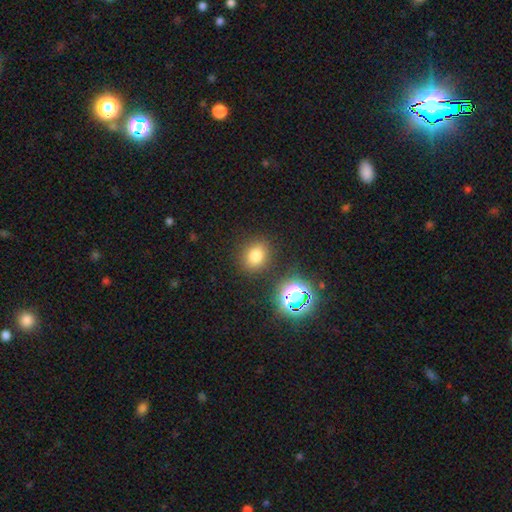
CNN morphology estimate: smooth-or-featured: smooth: 74% | star or artifact: 18% | featured or disk: 7%
  how-rounded: round: 64% | in between: 35% | cigar-shaped: 1%
  merging: none: 85% | minor disturbance: 8% | merger: 4% | major disturbance: 3%